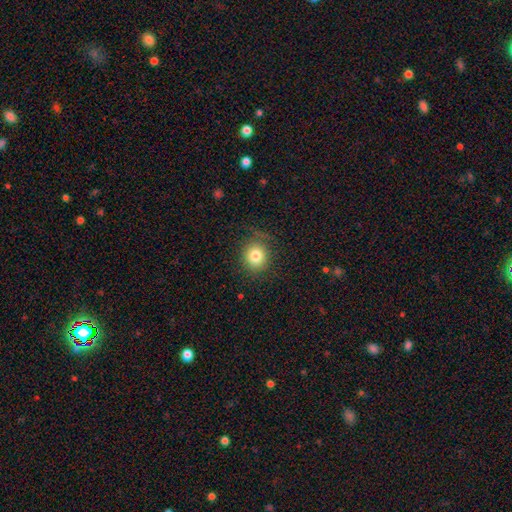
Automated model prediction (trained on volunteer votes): Morphology: type=smooth (80%); roundness=round (83%); merging=none (82%).